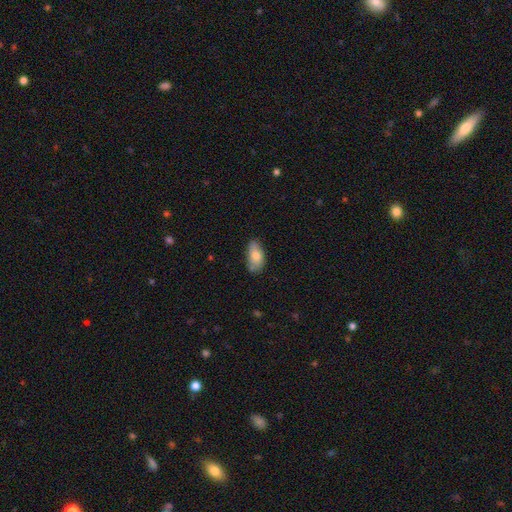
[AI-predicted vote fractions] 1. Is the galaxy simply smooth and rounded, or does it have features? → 74% smooth, 19% featured or disk, 7% star or artifact.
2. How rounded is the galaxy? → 92% in between, 4% round, 4% cigar-shaped.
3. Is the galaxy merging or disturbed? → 71% none, 23% minor disturbance, 4% major disturbance, 3% merger.